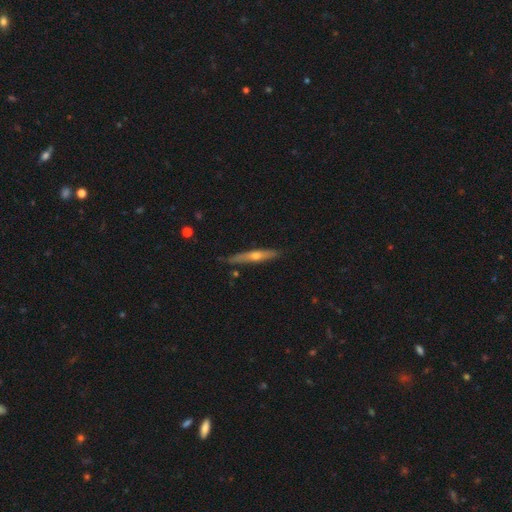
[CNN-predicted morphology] Q: Smooth or featured?
A: featured or disk (61%); runner-up: smooth (33%)
Q: Edge-on disk?
A: yes (93%); runner-up: no (7%)
Q: Edge-on bulge?
A: rounded (86%); runner-up: none (12%)
Q: Merging?
A: none (81%); runner-up: minor disturbance (15%)